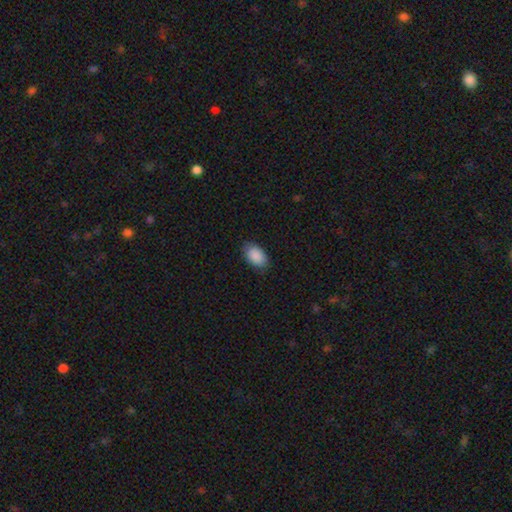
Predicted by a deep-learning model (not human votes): A smooth galaxy with no disk features (90%) that is in between round and cigar-shaped (91%). Merging: none (81%).